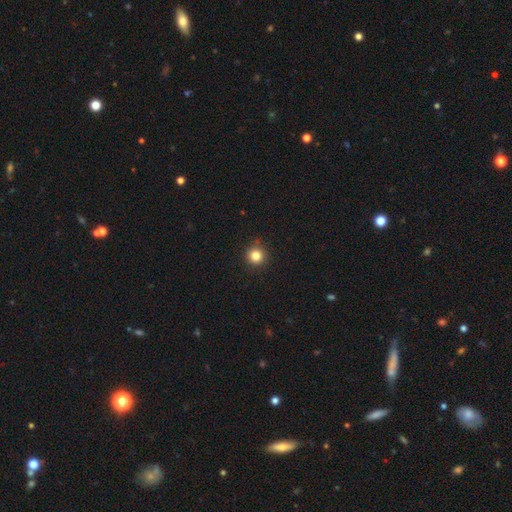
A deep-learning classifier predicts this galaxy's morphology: type=smooth (83%); roundness=round (95%); merging=none (89%).